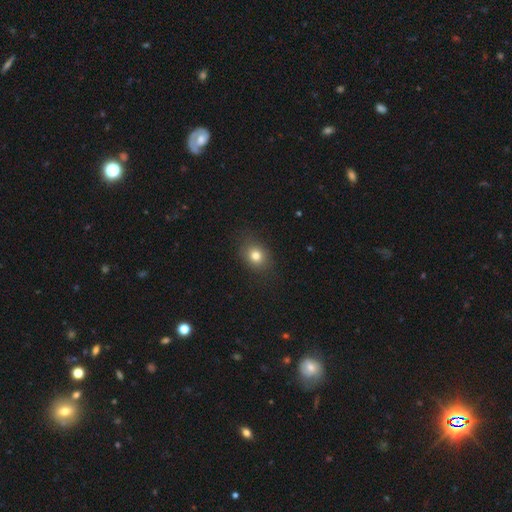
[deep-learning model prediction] smooth-or-featured: smooth: 79% | star or artifact: 12% | featured or disk: 9%
  how-rounded: round: 53% | in between: 46% | cigar-shaped: 1%
  merging: none: 83% | minor disturbance: 12% | major disturbance: 4% | merger: 1%